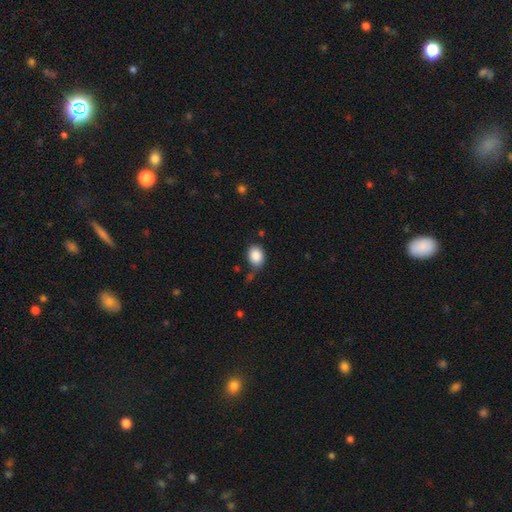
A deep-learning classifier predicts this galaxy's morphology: This appears to be a smooth galaxy with no disk features (88%) that is in between round and cigar-shaped (59%). Merging: none (75%).